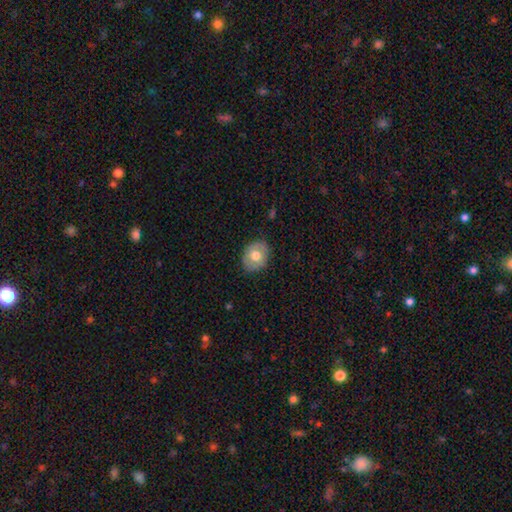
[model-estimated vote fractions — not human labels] This is likely a smooth galaxy (65%). How rounded: possibly round (52%). Merging: clearly none (84%).